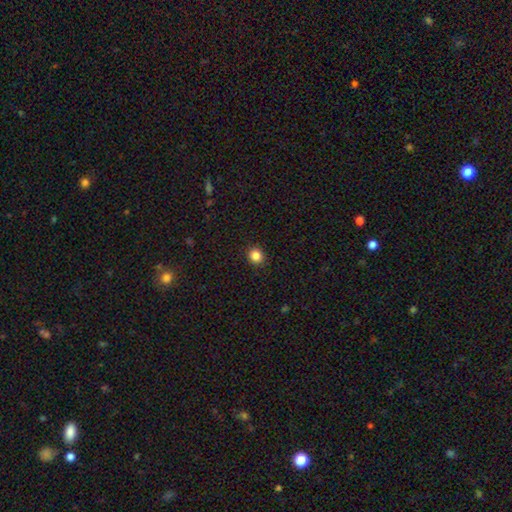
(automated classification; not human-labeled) Smooth or featured: smooth — 85% (star or artifact — 11%)
How rounded: round — 84% (in between — 15%)
Merging: none — 92% (minor disturbance — 5%)